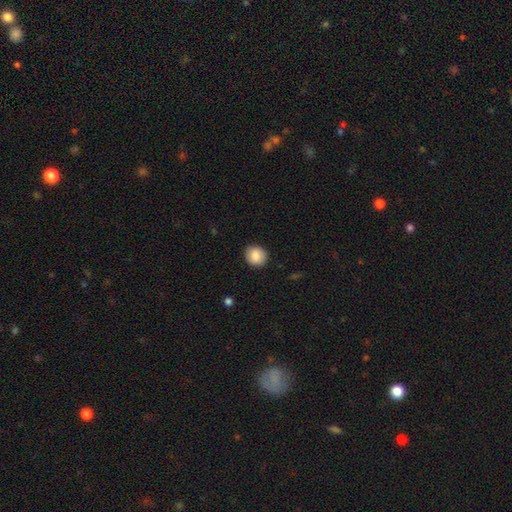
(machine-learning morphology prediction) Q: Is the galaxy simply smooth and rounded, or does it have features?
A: smooth — 86%.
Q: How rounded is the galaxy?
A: round — 83%.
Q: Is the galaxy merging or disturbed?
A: none — 90%.